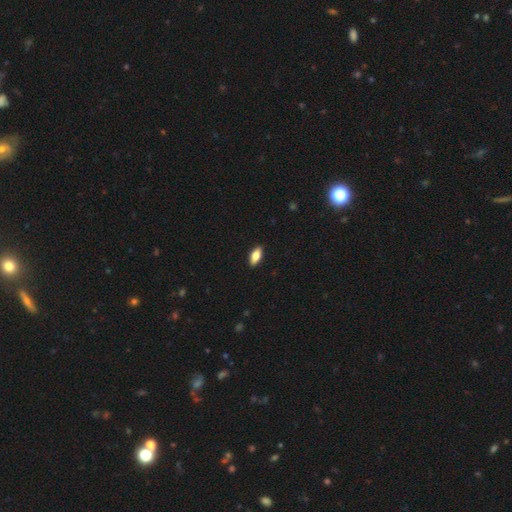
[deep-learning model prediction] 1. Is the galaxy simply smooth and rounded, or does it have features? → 74% smooth, 20% featured or disk, 7% star or artifact.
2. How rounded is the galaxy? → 85% in between, 12% cigar-shaped, 3% round.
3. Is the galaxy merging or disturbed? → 90% none, 7% minor disturbance, 2% major disturbance, 1% merger.